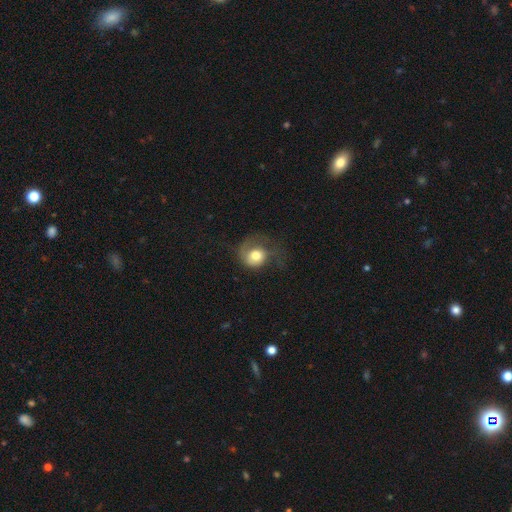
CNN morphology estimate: This is likely a smooth galaxy (64%). How rounded: likely round (74%). Merging: marginally major disturbance (42%).